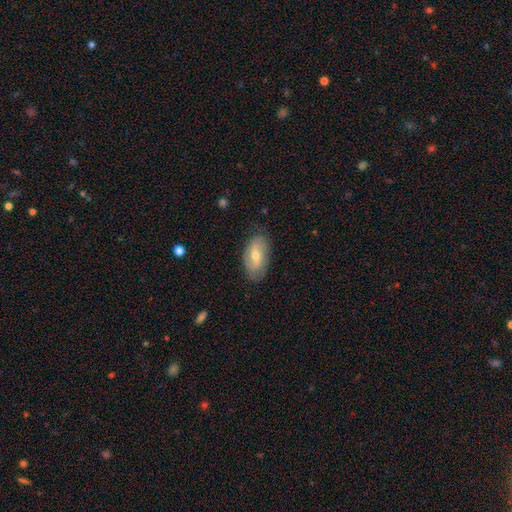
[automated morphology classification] The model was most divided on "smooth or featured": featured or disk: 49%, smooth: 44%, star or artifact: 7%. More confident: merging — none (79%).